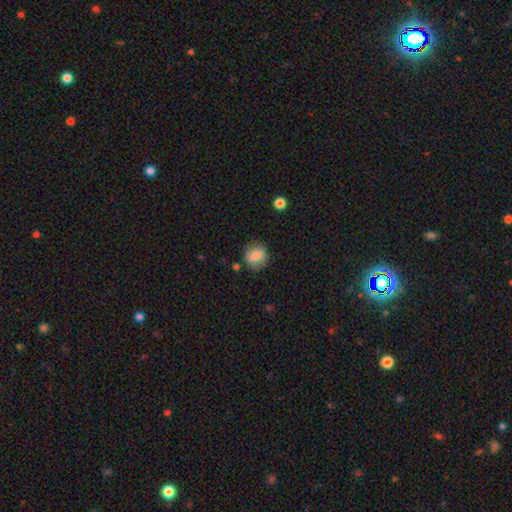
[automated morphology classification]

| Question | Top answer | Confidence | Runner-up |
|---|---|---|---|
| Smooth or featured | smooth | 80% | featured or disk (12%) |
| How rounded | round | 78% | in between (21%) |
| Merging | none | 80% | minor disturbance (14%) |